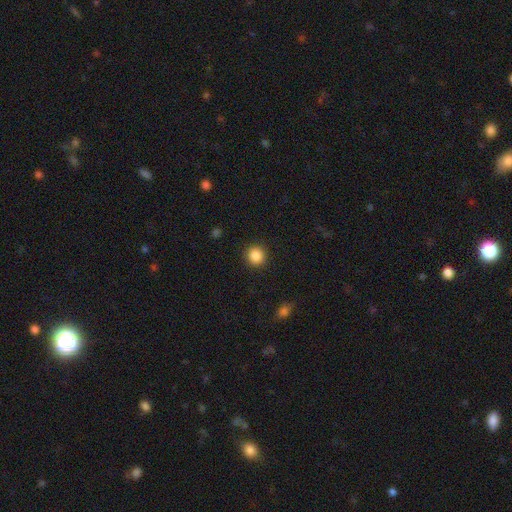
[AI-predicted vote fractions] A smooth galaxy with no disk features (87%) that is round (93%). Merging: none (91%).